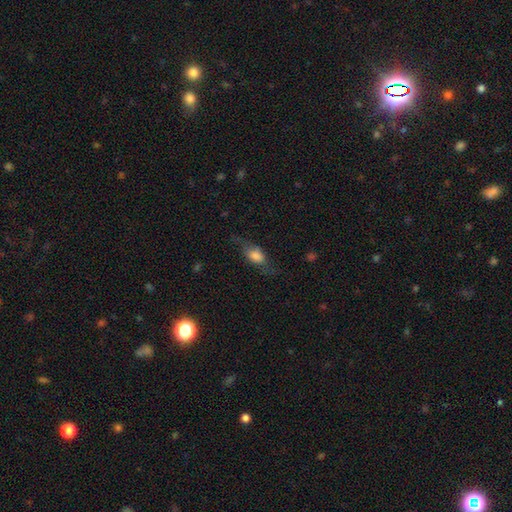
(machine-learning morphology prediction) Overall: smooth (58%; featured or disk 33%). How rounded: in between (71%). Merging: none (61%; minor disturbance 23%).